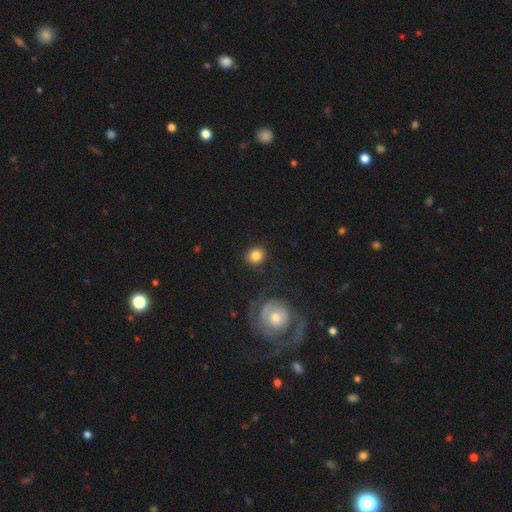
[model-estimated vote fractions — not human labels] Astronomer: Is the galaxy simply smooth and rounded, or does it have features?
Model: smooth — 83%.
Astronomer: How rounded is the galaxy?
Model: round — 87%.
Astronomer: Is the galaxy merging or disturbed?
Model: none — 87%.